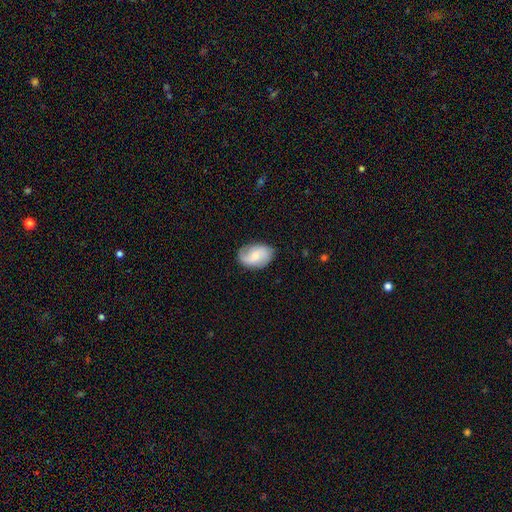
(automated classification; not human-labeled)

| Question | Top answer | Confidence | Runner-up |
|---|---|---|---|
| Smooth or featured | featured or disk | 51% | smooth (43%) |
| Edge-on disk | no | 96% | yes (4%) |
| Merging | none | 74% | minor disturbance (19%) |